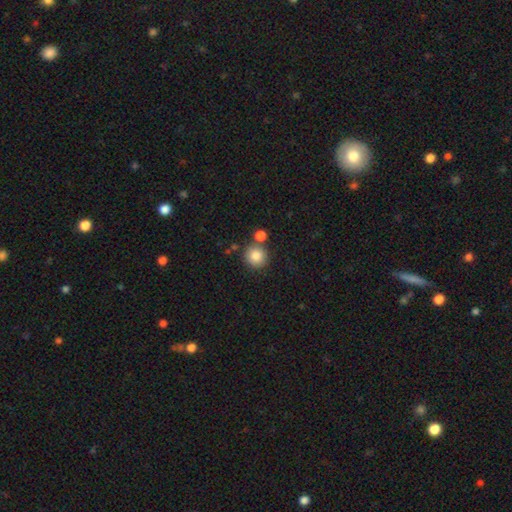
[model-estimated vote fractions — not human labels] Smooth or featured: smooth — 85% (star or artifact — 10%)
How rounded: round — 93% (in between — 6%)
Merging: none — 74% (merger — 15%)